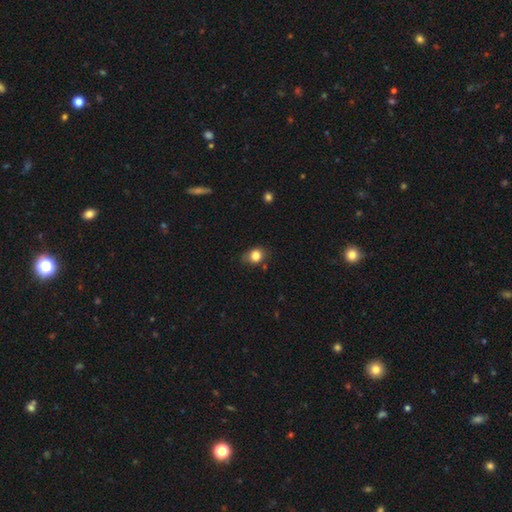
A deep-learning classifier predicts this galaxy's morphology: Smooth or featured? smooth (82%)
How rounded? round (62%)
Merging? none (66%)